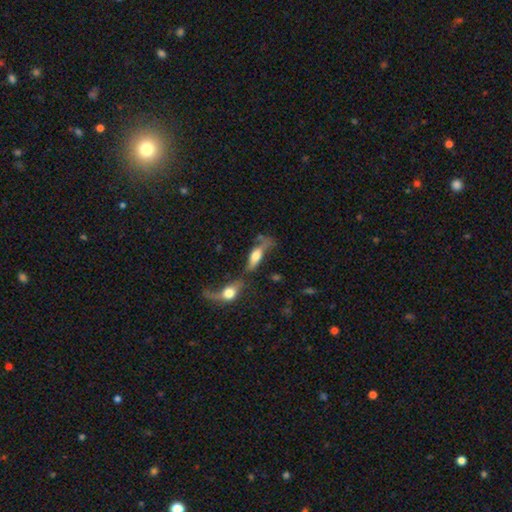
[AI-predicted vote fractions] A smooth galaxy with no disk features (53%) that is in between round and cigar-shaped (62%).

Vote fractions:
- Smooth or featured? smooth: 53% / featured or disk: 37% / star or artifact: 9%
- How rounded? in between: 62% / cigar-shaped: 33% / round: 5%
- Merging? merger: 42% / none: 25% / major disturbance: 19% / minor disturbance: 14%